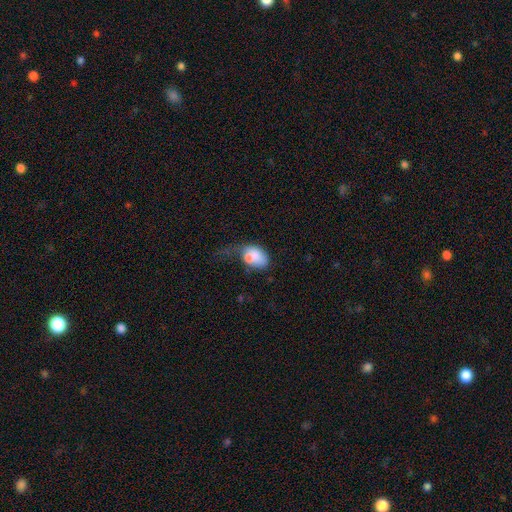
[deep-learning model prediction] This is likely a smooth galaxy (73%). How rounded: likely in between (80%). Merging: marginally major disturbance (32%).